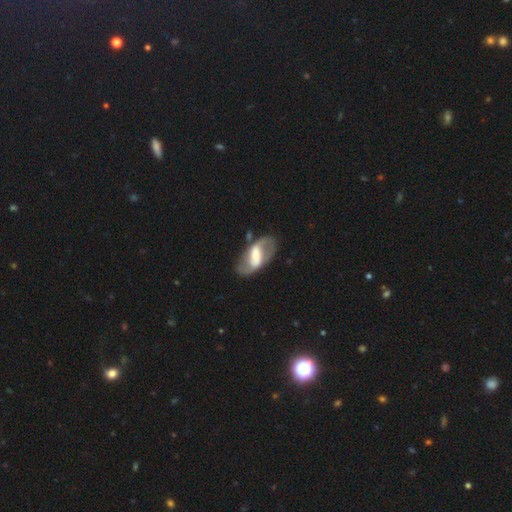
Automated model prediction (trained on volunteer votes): Smooth or featured?
  - featured or disk: 73% *
  - smooth: 21%
  - star or artifact: 5%
Edge-on disk?
  - no: 93% *
  - yes: 7%
Bar?
  - strong: 59% *
  - weak: 28%
  - no: 13%
Spiral arms?
  - yes: 71% *
  - no: 29%
Bulge size?
  - moderate: 37% *
  - large: 29%
  - small: 22%
  - none: 9%
  - dominant: 4%
Merging?
  - none: 70% *
  - minor disturbance: 17%
  - major disturbance: 10%
  - merger: 4%